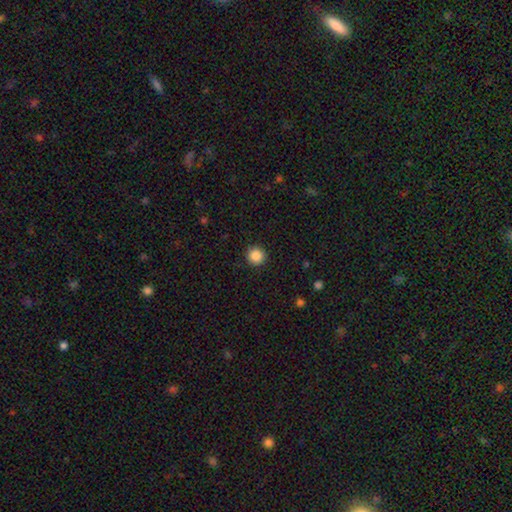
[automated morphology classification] The model was most divided on "smooth or featured": smooth: 87%, star or artifact: 10%, featured or disk: 3%. More confident: how rounded — round (94%); merging — none (92%).